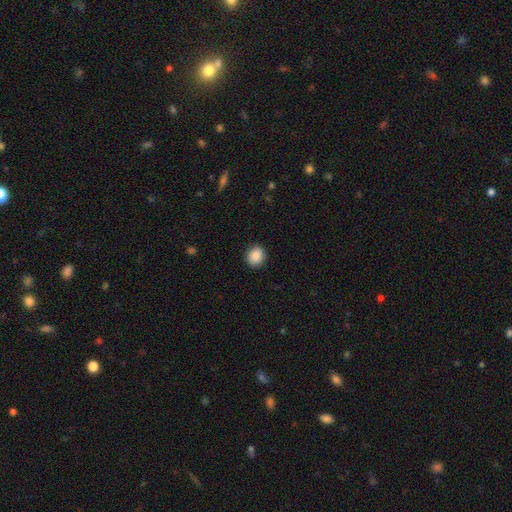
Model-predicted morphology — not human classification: Overall: smooth (89%). How rounded: round (73%). Merging: none (88%).